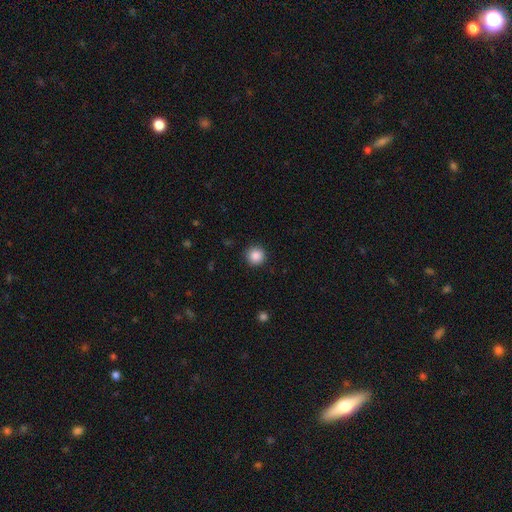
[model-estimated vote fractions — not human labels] A smooth galaxy with no disk features (87%) that is round (96%). Merging: none (92%).